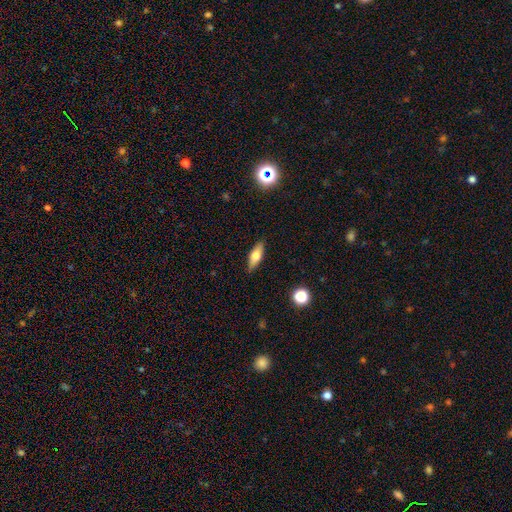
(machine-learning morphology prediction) Smooth or featured: smooth — 62% (featured or disk — 30%)
How rounded: in between — 61% (cigar-shaped — 35%)
Merging: none — 88% (minor disturbance — 9%)